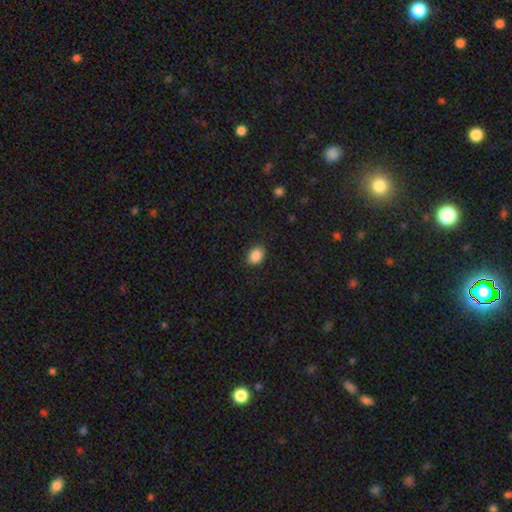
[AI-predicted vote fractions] Overall: smooth (89%). How rounded: in between (75%). Merging: none (88%).